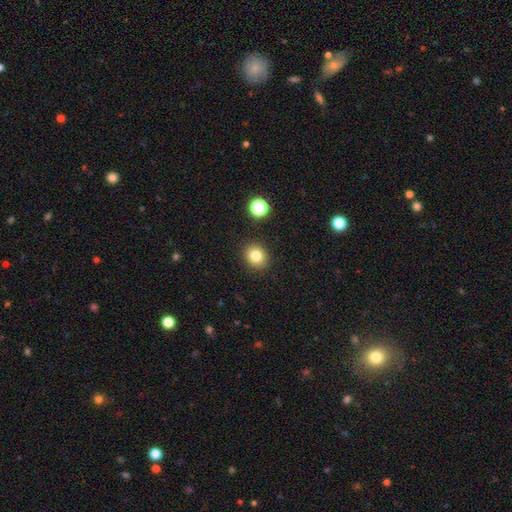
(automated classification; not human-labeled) A smooth galaxy with no disk features (80%) that is round (78%).

Vote fractions:
- Smooth or featured? smooth: 80% / star or artifact: 12% / featured or disk: 7%
- How rounded? round: 78% / in between: 21% / cigar-shaped: 1%
- Merging? none: 89% / minor disturbance: 7% / major disturbance: 2% / merger: 2%